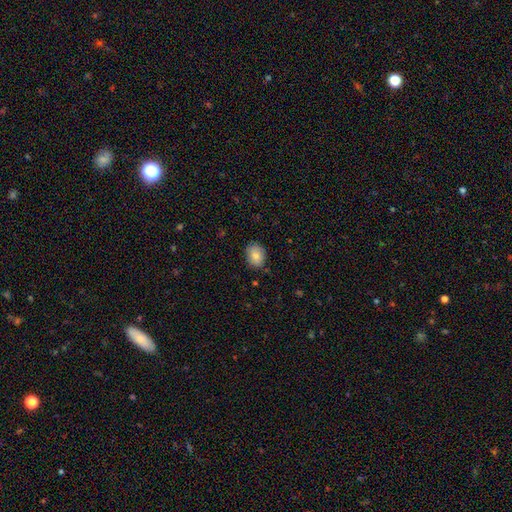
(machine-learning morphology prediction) The model was most divided on "how rounded": in between: 64%, round: 35%, cigar-shaped: 1%. More confident: merging — none (82%); smooth or featured — smooth (82%).